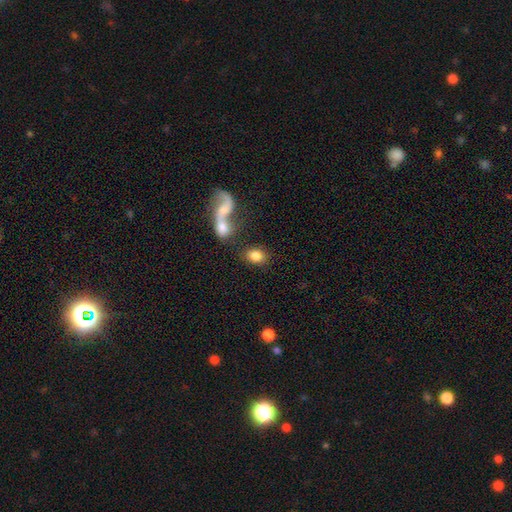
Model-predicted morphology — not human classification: Smooth or featured? Predicted: smooth (p=0.81). How rounded? Predicted: in between (p=0.76). Merging? Predicted: none (p=0.61).